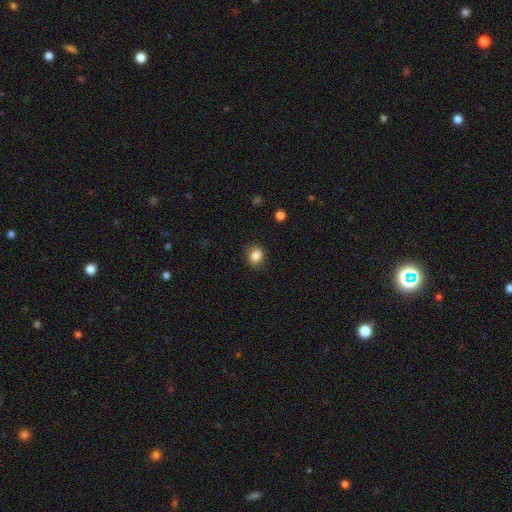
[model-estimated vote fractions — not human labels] Overall: smooth (84%). How rounded: round (56%; in between 43%). Merging: none (78%).